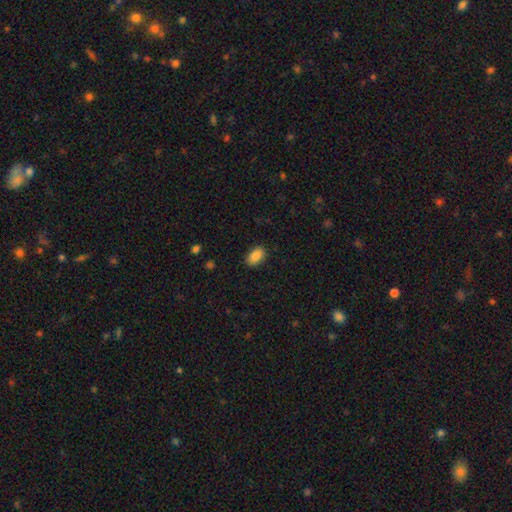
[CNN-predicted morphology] Smooth or featured: smooth — 87% (star or artifact — 8%)
How rounded: in between — 90% (round — 8%)
Merging: none — 87% (minor disturbance — 9%)